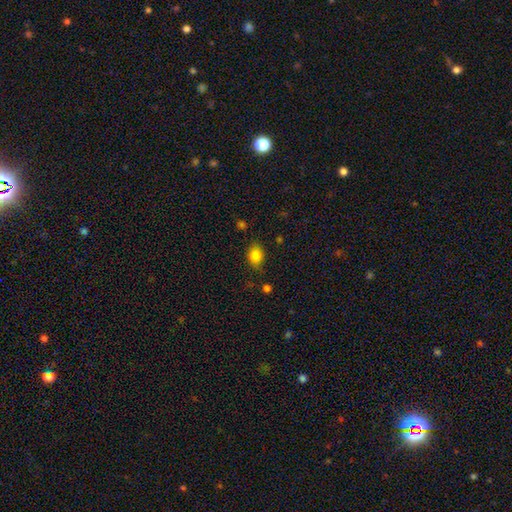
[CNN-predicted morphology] Smooth or featured? smooth (83%)
How rounded? in between (65%)
Merging? none (75%)